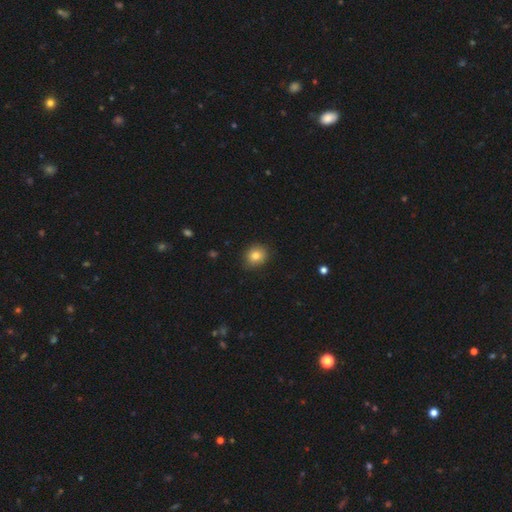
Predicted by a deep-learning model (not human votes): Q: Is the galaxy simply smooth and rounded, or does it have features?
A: smooth — 82%.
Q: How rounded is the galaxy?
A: round — 78%.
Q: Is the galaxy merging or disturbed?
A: none — 87%.